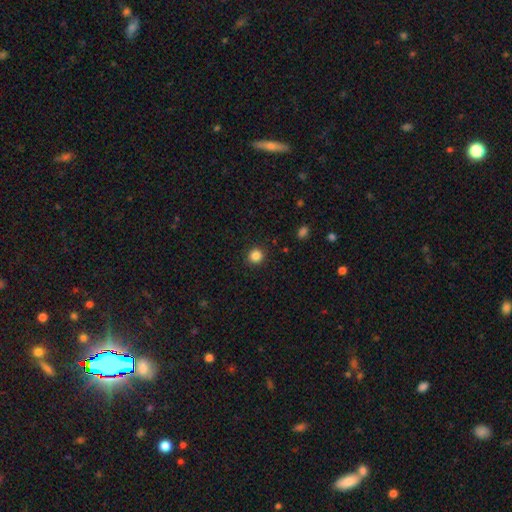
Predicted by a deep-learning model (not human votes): Smooth or featured? Predicted: smooth (p=0.85). How rounded? Predicted: round (p=0.90). Merging? Predicted: none (p=0.91).